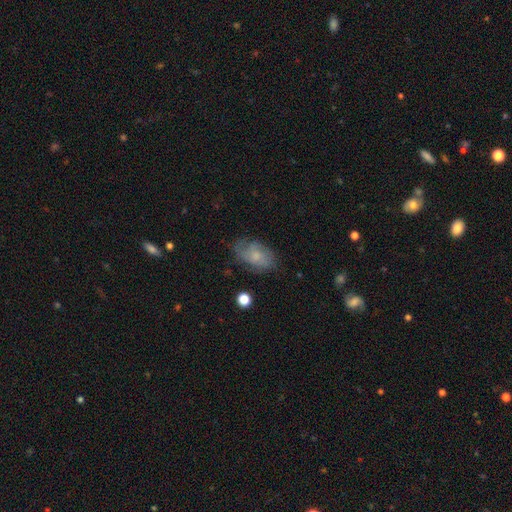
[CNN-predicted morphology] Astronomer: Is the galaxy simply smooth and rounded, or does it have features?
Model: smooth — 52% (runner-up: featured or disk, 40%).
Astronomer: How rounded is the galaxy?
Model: in between — 89%.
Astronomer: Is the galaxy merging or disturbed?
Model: none — 65%.